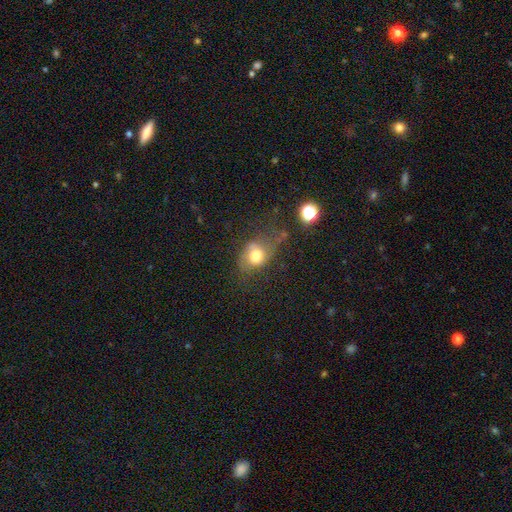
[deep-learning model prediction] smooth-or-featured: smooth: 64% | featured or disk: 23% | star or artifact: 12%
  how-rounded: in between: 53% | round: 45% | cigar-shaped: 2%
  merging: none: 46% | minor disturbance: 27% | major disturbance: 22% | merger: 6%